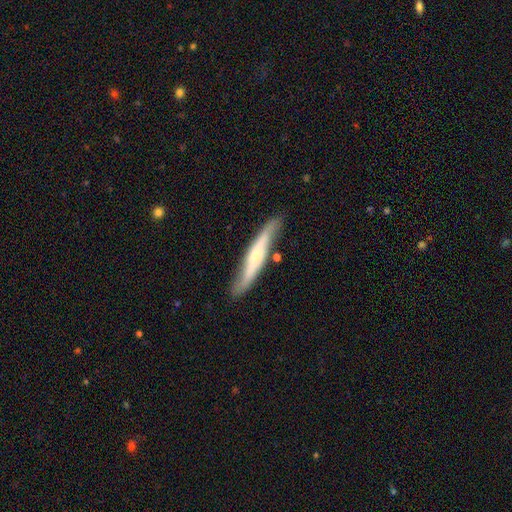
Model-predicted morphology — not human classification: Smooth or featured? Predicted: featured or disk (p=0.57). Edge-on disk? Predicted: yes (p=0.74). Merging? Predicted: none (p=0.78).